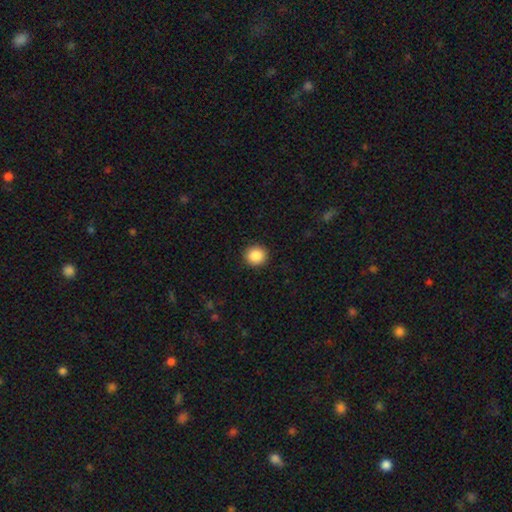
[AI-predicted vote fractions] Q: Smooth or featured?
A: smooth (88%); runner-up: star or artifact (9%)
Q: How rounded?
A: round (91%); runner-up: in between (8%)
Q: Merging?
A: none (92%); runner-up: minor disturbance (5%)